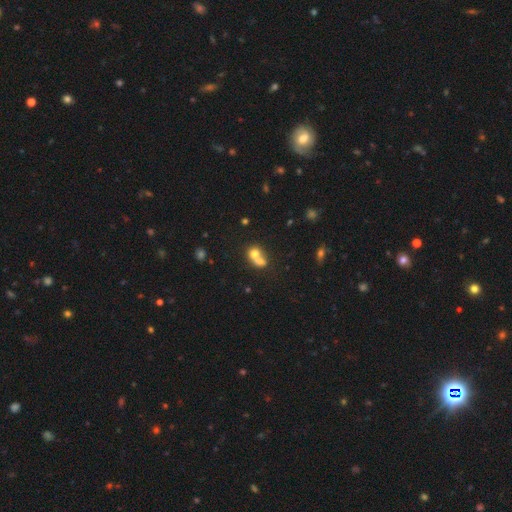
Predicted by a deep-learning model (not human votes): smooth 68%, featured or disk 20%, star or artifact 12%. Down the decision tree: how rounded — round (62%); merging — merger (67%).